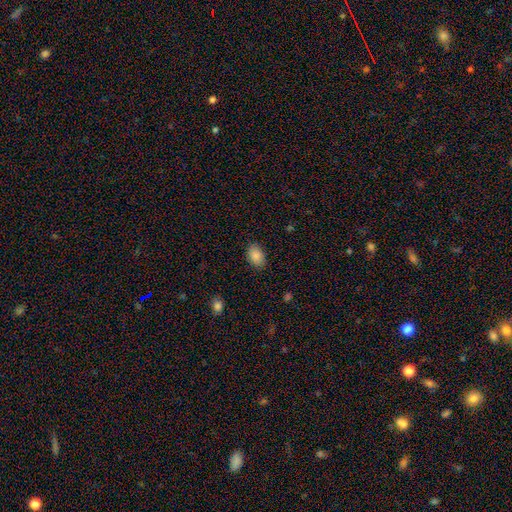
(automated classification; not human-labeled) A smooth galaxy with no disk features (88%) that is in between round and cigar-shaped (86%).

Vote fractions:
- Smooth or featured? smooth: 88% / star or artifact: 8% / featured or disk: 4%
- How rounded? in between: 86% / round: 13% / cigar-shaped: 1%
- Merging? none: 85% / minor disturbance: 12% / major disturbance: 3% / merger: 1%